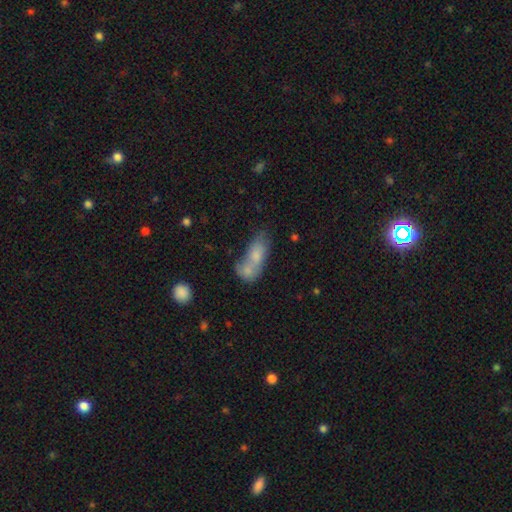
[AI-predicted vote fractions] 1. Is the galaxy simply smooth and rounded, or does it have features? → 68% smooth, 21% featured or disk, 11% star or artifact.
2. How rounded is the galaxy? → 76% in between, 13% cigar-shaped, 11% round.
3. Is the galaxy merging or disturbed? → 57% merger, 26% none, 10% minor disturbance, 6% major disturbance.